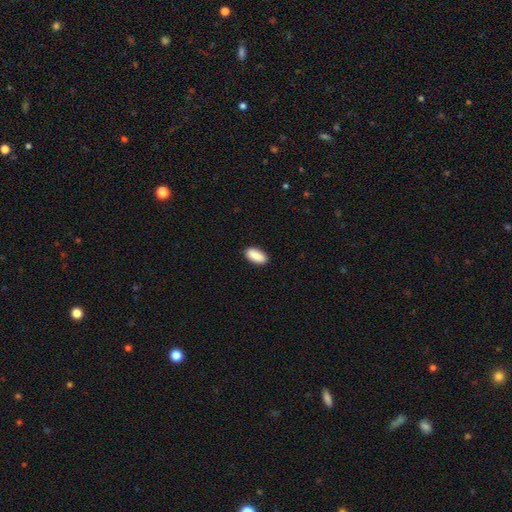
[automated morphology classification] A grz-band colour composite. It shows a smooth galaxy with no disk features (90%) that is in between round and cigar-shaped (88%). Merging: none (89%).